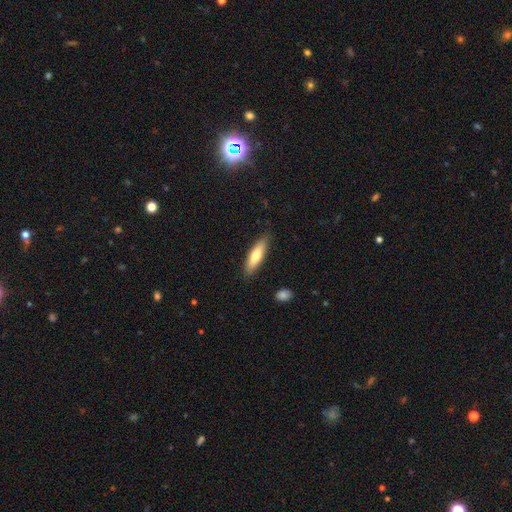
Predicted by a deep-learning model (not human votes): Overall: smooth (69%). How rounded: cigar-shaped (62%; in between 36%). Merging: none (88%).